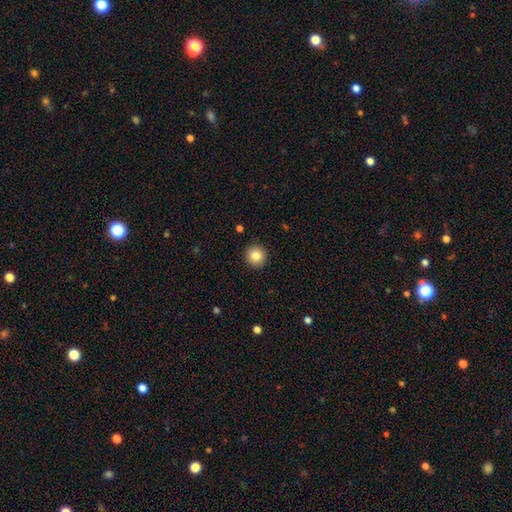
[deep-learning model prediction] Smooth or featured?
  - smooth: 84% *
  - star or artifact: 10%
  - featured or disk: 6%
How rounded?
  - round: 94% *
  - in between: 5%
  - cigar-shaped: 1%
Merging?
  - none: 92% *
  - minor disturbance: 5%
  - major disturbance: 2%
  - merger: 1%